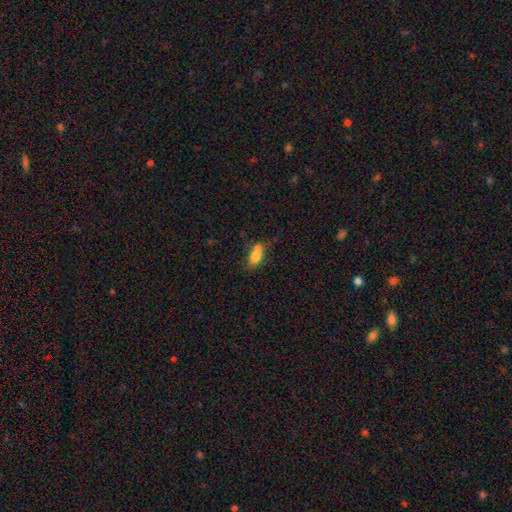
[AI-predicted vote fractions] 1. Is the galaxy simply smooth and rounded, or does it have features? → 74% smooth, 16% featured or disk, 10% star or artifact.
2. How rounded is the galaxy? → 81% in between, 10% round, 8% cigar-shaped.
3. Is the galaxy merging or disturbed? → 38% none, 33% merger, 20% minor disturbance, 9% major disturbance.